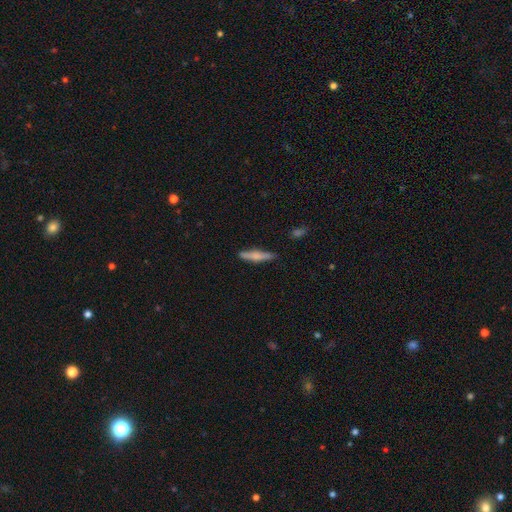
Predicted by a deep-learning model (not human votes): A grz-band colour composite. It shows a smooth galaxy with no disk features (61%) that is cigar-shaped (87%). Merging: none (85%).